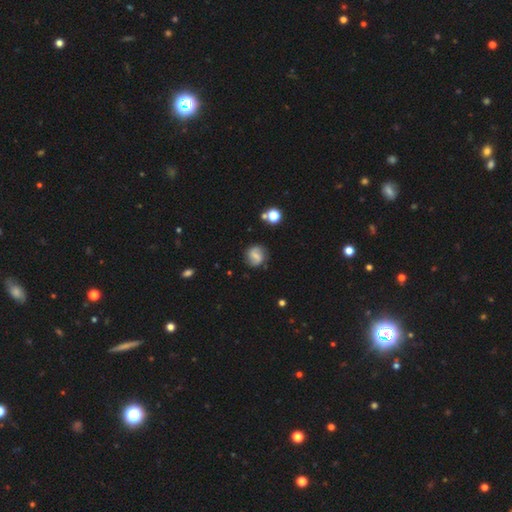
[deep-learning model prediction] Smooth or featured?
  - featured or disk: 54% *
  - smooth: 36%
  - star or artifact: 10%
Edge-on disk?
  - no: 97% *
  - yes: 3%
Bar?
  - weak: 49% *
  - strong: 26%
  - no: 25%
Spiral arms?
  - yes: 83% *
  - no: 17%
Bulge size?
  - small: 53% *
  - moderate: 28%
  - none: 16%
  - large: 3%
  - dominant: 1%
Merging?
  - none: 78% *
  - minor disturbance: 14%
  - major disturbance: 5%
  - merger: 3%